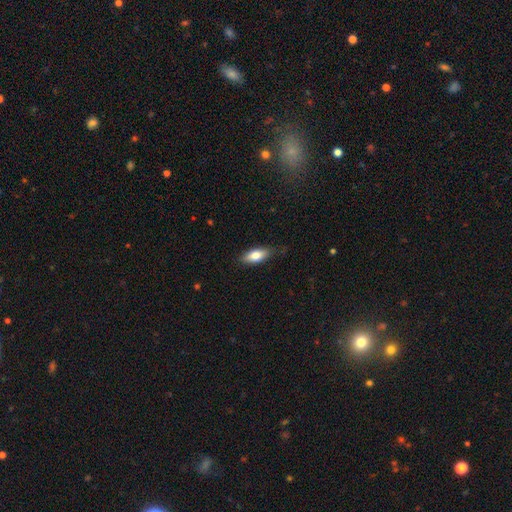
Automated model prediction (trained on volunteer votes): Overall: smooth (77%). How rounded: in between (78%). Merging: none (79%).